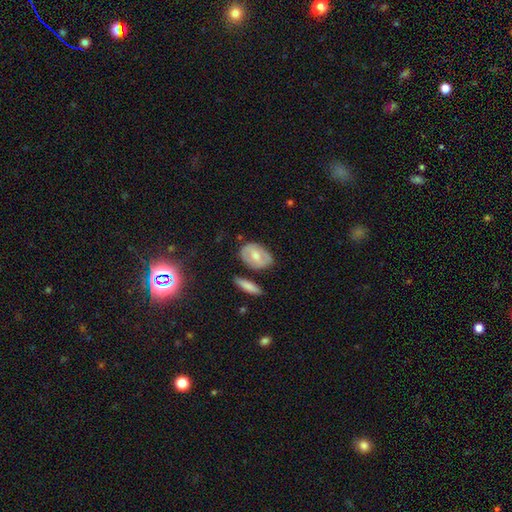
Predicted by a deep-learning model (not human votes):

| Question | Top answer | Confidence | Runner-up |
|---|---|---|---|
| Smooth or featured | smooth | 50% | featured or disk (44%) |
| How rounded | in between | 80% | round (17%) |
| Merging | none | 71% | minor disturbance (18%) |